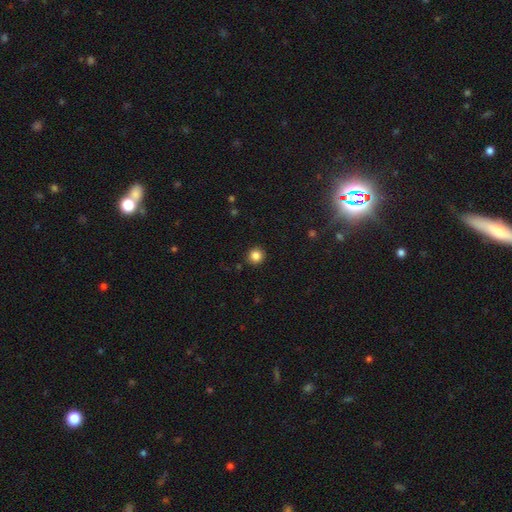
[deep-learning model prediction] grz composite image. It shows a smooth galaxy with no disk features (85%) that is round (93%). Merging: none (91%).